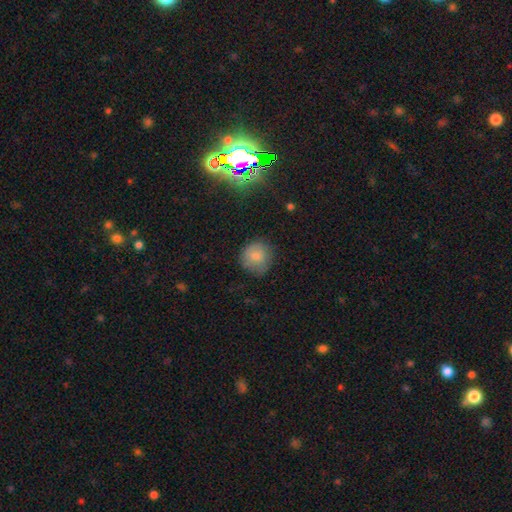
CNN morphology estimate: Q: Smooth or featured?
A: smooth (78%); runner-up: featured or disk (13%)
Q: How rounded?
A: round (90%); runner-up: in between (9%)
Q: Merging?
A: none (75%); runner-up: minor disturbance (19%)